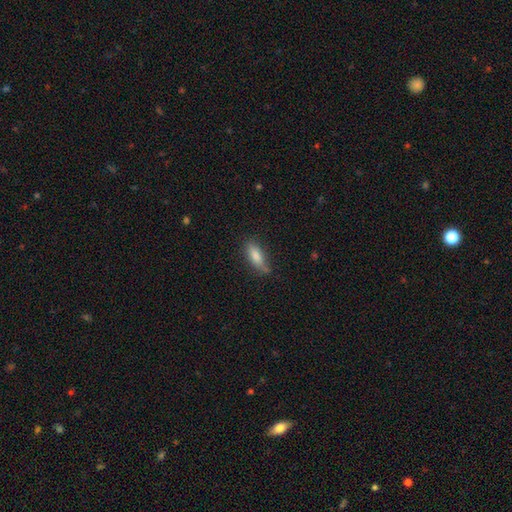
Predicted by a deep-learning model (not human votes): A smooth galaxy with no disk features (80%) that is in between round and cigar-shaped (67%).

Vote fractions:
- Smooth or featured? smooth: 80% / featured or disk: 13% / star or artifact: 7%
- How rounded? in between: 67% / cigar-shaped: 30% / round: 2%
- Merging? none: 69% / minor disturbance: 24% / major disturbance: 5% / merger: 3%